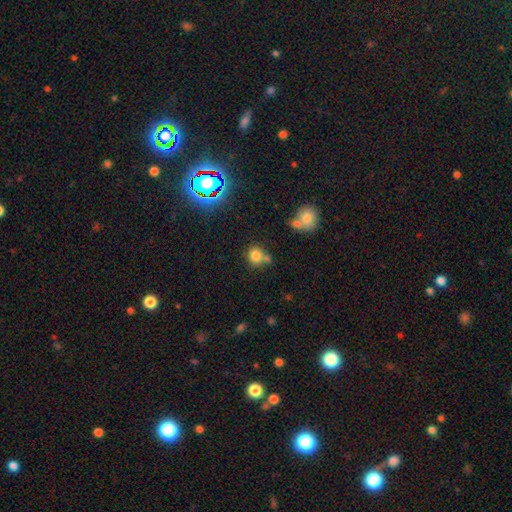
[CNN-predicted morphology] This appears to be a smooth galaxy with no disk features (78%) that is round (84%). Merging: none (57%).